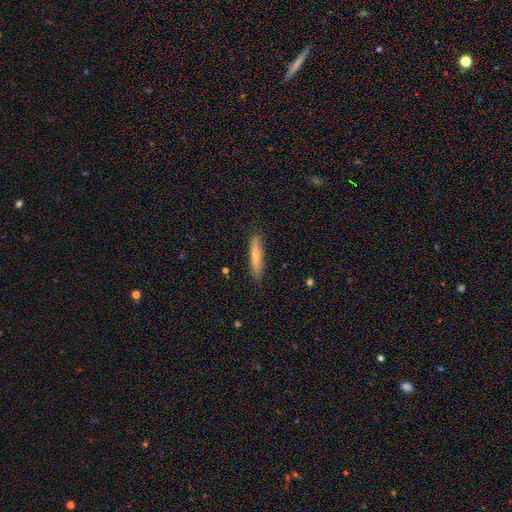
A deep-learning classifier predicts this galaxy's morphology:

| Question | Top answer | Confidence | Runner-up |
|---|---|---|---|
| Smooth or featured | smooth | 54% | featured or disk (39%) |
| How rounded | cigar-shaped | 88% | in between (10%) |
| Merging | none | 88% | minor disturbance (9%) |